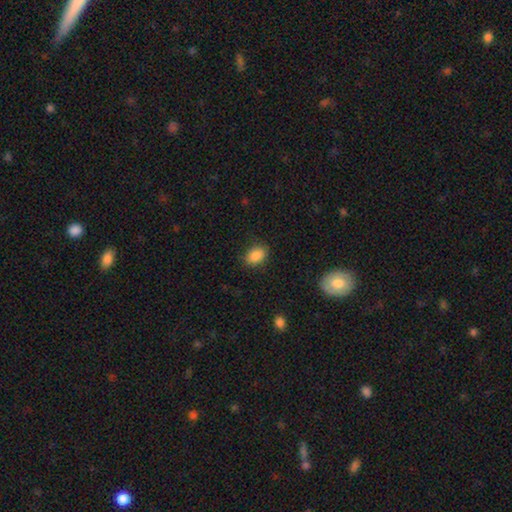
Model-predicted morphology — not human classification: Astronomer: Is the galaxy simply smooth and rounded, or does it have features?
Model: smooth — 87%.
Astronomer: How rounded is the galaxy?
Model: in between — 80%.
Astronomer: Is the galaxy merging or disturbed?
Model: none — 83%.